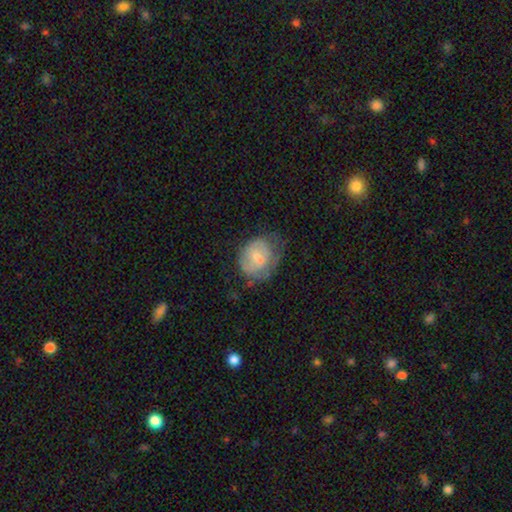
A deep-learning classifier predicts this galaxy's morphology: smooth 54%, featured or disk 38%, star or artifact 9%. Down the decision tree: how rounded — round (50%); merging — none (49%).